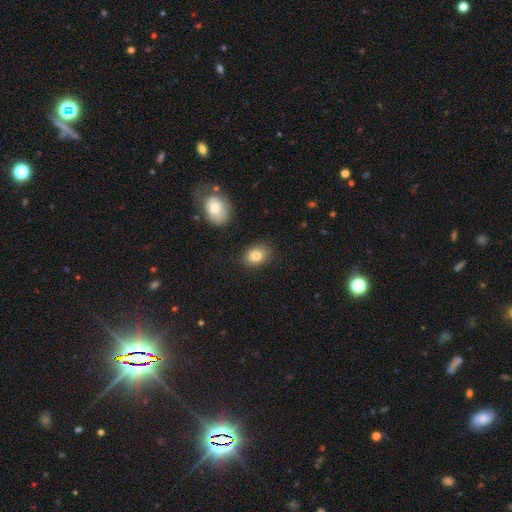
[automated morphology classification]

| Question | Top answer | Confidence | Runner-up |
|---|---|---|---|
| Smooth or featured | smooth | 84% | star or artifact (8%) |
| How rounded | in between | 77% | round (22%) |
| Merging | none | 81% | minor disturbance (12%) |